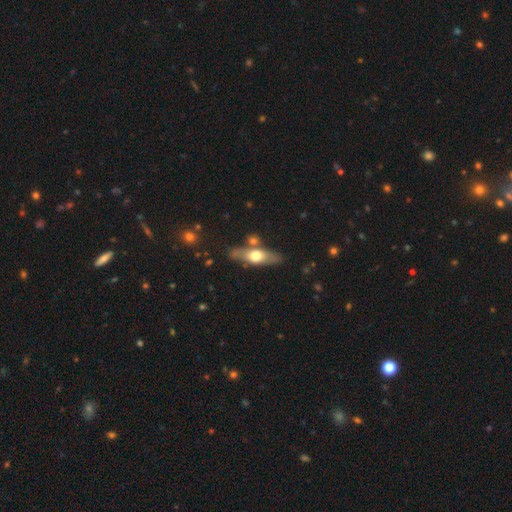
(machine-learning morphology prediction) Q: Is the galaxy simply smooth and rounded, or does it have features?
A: featured or disk — 48%.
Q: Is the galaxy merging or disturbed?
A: none — 75%.